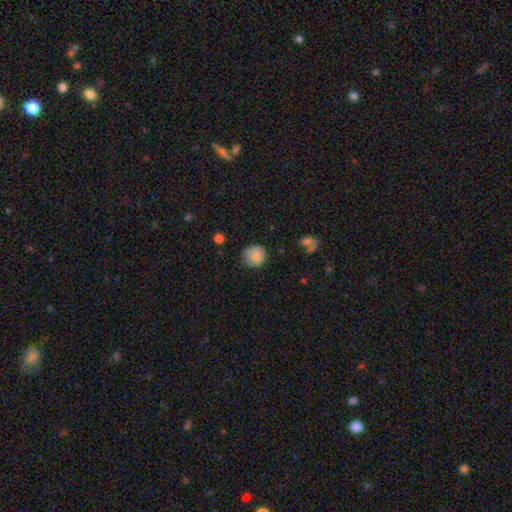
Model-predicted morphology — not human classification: Smooth or featured?
  - smooth: 85% *
  - star or artifact: 9%
  - featured or disk: 6%
How rounded?
  - round: 90% *
  - in between: 9%
  - cigar-shaped: 1%
Merging?
  - none: 77% *
  - minor disturbance: 18%
  - major disturbance: 4%
  - merger: 2%